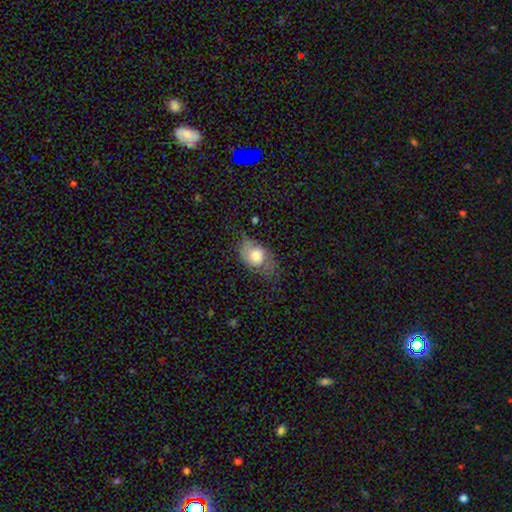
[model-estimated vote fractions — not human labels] smooth 66%, featured or disk 27%, star or artifact 8%. Down the decision tree: how rounded — in between (73%); merging — none (43%).